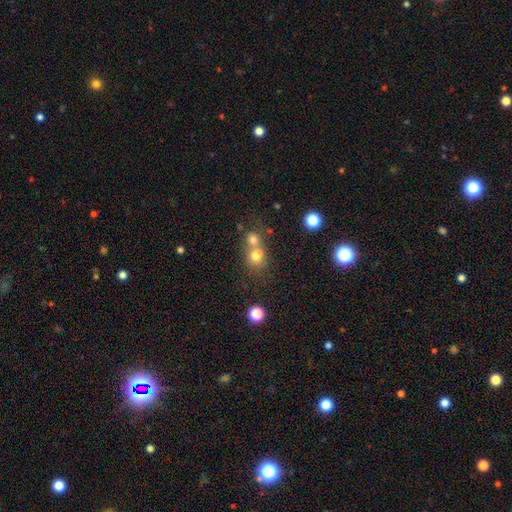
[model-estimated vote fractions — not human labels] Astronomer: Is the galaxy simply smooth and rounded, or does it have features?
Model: smooth — 72%.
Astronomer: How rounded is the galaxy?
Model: round — 72%.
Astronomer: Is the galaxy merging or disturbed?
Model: merger — 59%.